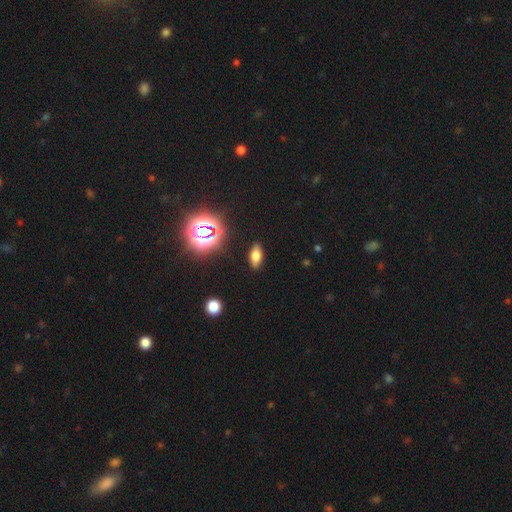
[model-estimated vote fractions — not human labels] Morphology: type=smooth (66%); roundness=in between (82%); merging=none (88%).